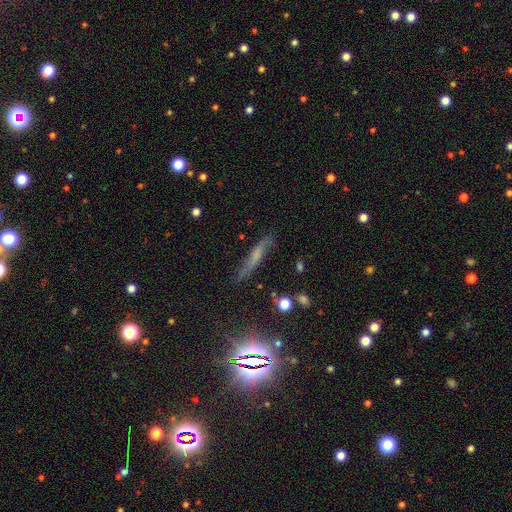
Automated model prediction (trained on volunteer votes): smooth-or-featured: featured or disk: 49% | smooth: 33% | star or artifact: 17%
  merging: none: 69% | minor disturbance: 22% | major disturbance: 7% | merger: 3%